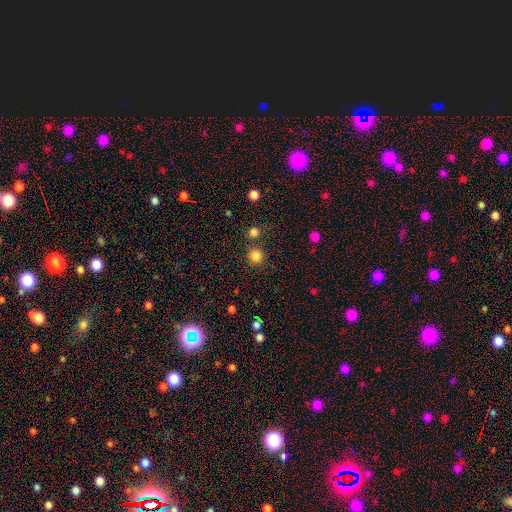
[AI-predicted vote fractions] Smooth or featured? Predicted: smooth (p=0.83). How rounded? Predicted: round (p=0.94). Merging? Predicted: none (p=0.83).